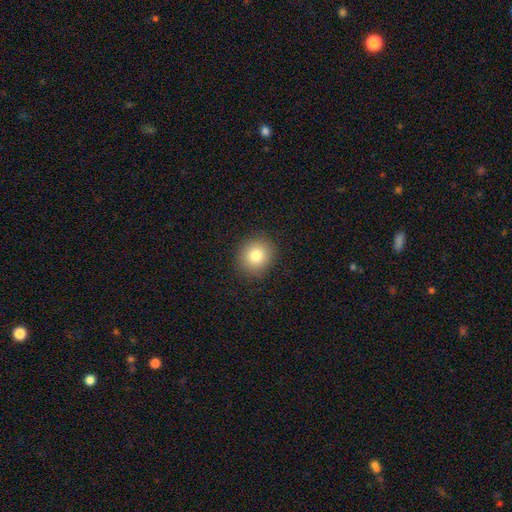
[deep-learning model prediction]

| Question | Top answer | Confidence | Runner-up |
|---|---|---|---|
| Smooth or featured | smooth | 81% | star or artifact (11%) |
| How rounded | round | 83% | in between (16%) |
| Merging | none | 90% | minor disturbance (7%) |